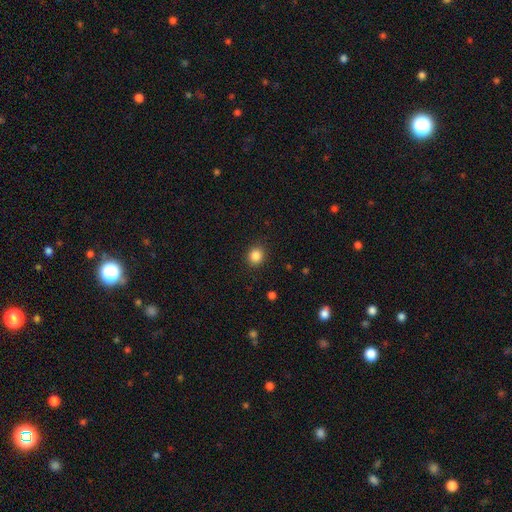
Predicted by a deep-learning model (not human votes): smooth_or_featured: smooth (p=0.85) [alt: star or artifact p=0.11]
how_rounded: round (p=0.85) [alt: in between p=0.14]
merging: none (p=0.91) [alt: minor disturbance p=0.06]